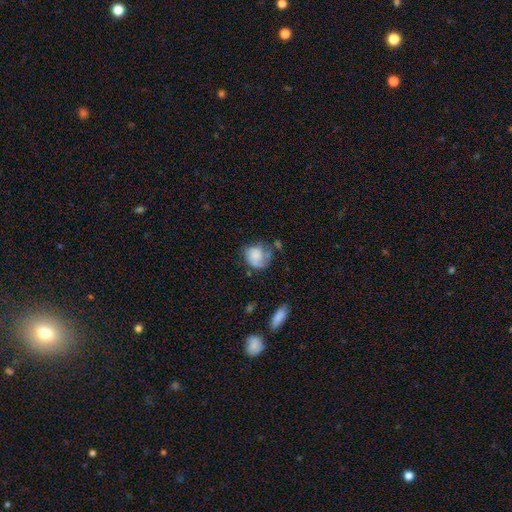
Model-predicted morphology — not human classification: This appears to be a smooth galaxy with no disk features (59%) that is round (69%). Merging: none (43%).